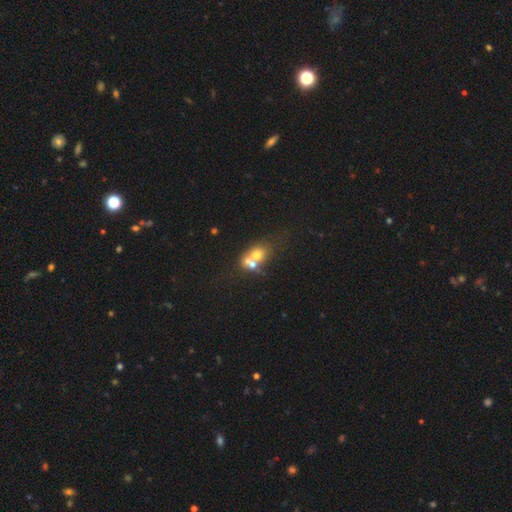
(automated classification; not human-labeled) The model was most divided on "how rounded": round: 60%, in between: 38%, cigar-shaped: 1%. More confident: merging — merger (60%); smooth or featured — smooth (58%).